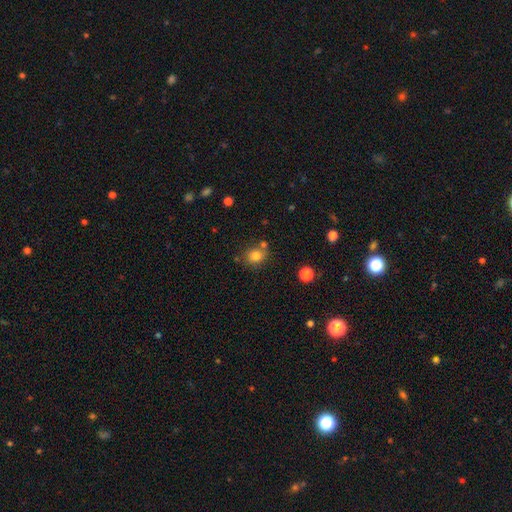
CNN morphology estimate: Smooth or featured?
  - smooth: 80% *
  - star or artifact: 12%
  - featured or disk: 8%
How rounded?
  - round: 70% *
  - in between: 29%
  - cigar-shaped: 1%
Merging?
  - none: 72% *
  - minor disturbance: 12%
  - merger: 12%
  - major disturbance: 4%